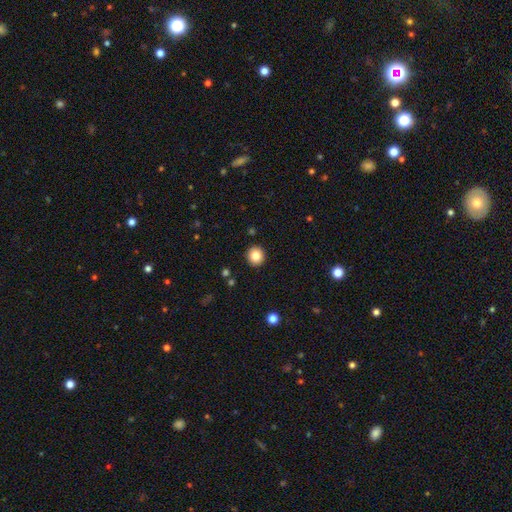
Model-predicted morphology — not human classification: The model was most divided on "smooth or featured": smooth: 83%, star or artifact: 10%, featured or disk: 7%. More confident: how rounded — round (92%); merging — none (92%).